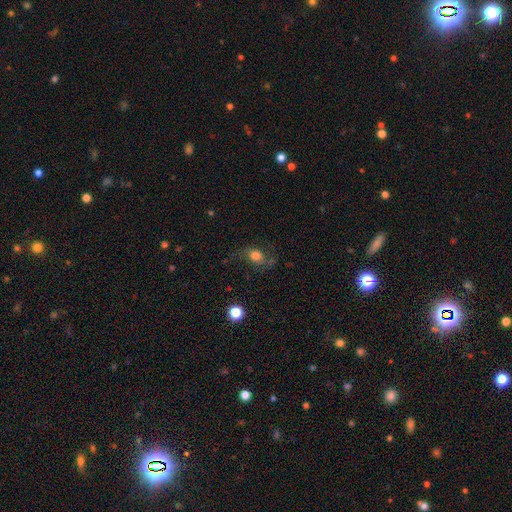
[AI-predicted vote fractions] Q: Smooth or featured?
A: smooth (45%); runner-up: featured or disk (42%)
Q: Merging?
A: none (58%); runner-up: minor disturbance (20%)